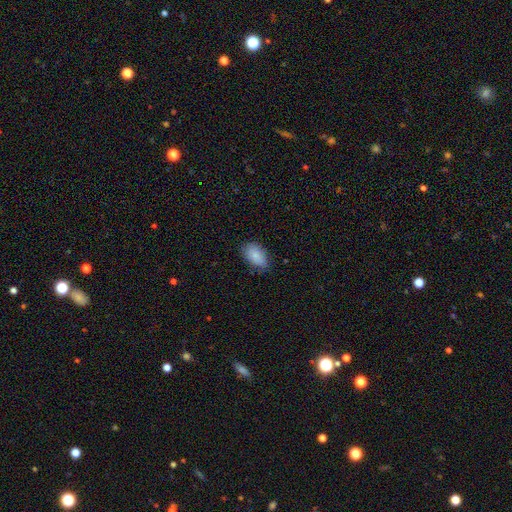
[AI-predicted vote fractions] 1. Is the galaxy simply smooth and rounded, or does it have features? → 86% smooth, 7% featured or disk, 7% star or artifact.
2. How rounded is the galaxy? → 93% in between, 5% round, 2% cigar-shaped.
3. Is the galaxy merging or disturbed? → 76% none, 20% minor disturbance, 3% major disturbance, 1% merger.